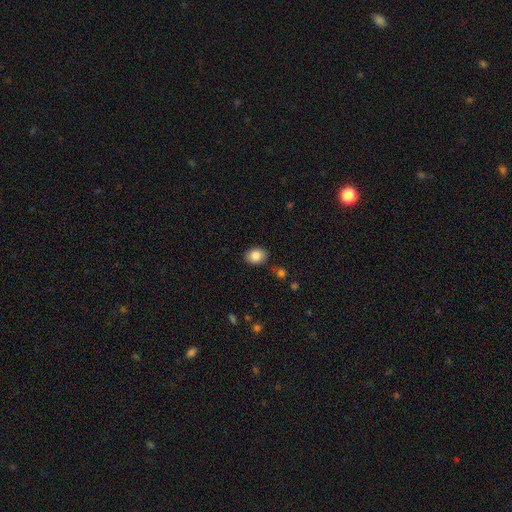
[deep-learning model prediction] Smooth or featured: smooth — 84% (star or artifact — 8%)
How rounded: in between — 61% (round — 38%)
Merging: none — 85% (minor disturbance — 11%)